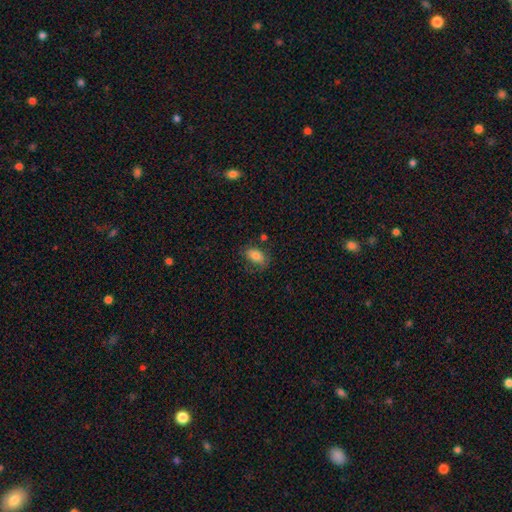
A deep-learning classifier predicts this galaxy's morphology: smooth-or-featured: smooth: 78% | featured or disk: 14% | star or artifact: 8%
  how-rounded: in between: 89% | round: 8% | cigar-shaped: 3%
  merging: none: 66% | minor disturbance: 22% | major disturbance: 9% | merger: 4%